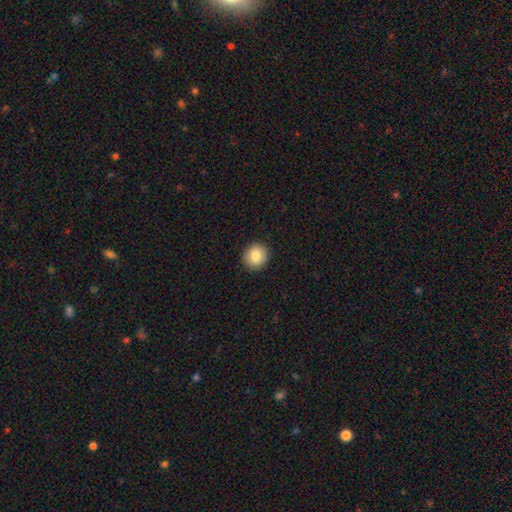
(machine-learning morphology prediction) A smooth galaxy with no disk features (84%) that is round (87%).

Vote fractions:
- Smooth or featured? smooth: 84% / star or artifact: 9% / featured or disk: 7%
- How rounded? round: 87% / in between: 12% / cigar-shaped: 1%
- Merging? none: 92% / minor disturbance: 5% / major disturbance: 2% / merger: 1%